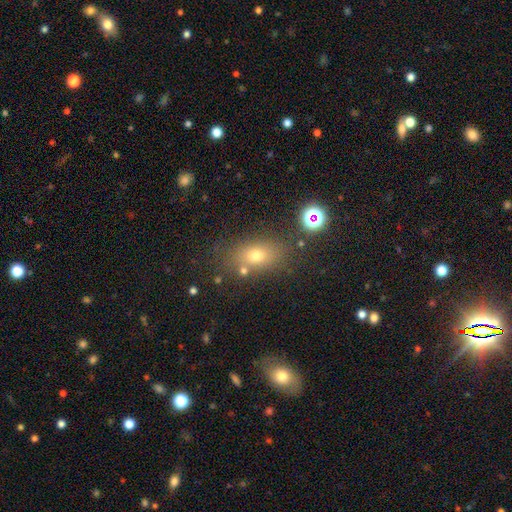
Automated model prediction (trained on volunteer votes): This is likely a smooth galaxy (67%). How rounded: likely in between (69%). Merging: likely none (74%).